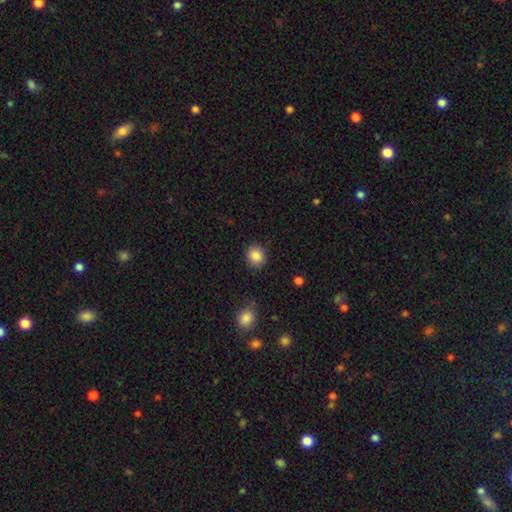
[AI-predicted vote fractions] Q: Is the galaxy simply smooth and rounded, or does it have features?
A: smooth — 86%.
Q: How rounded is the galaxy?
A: round — 71%.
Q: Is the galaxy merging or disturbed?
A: none — 88%.